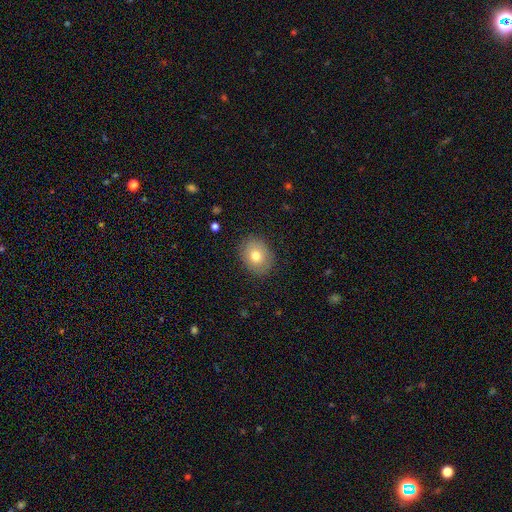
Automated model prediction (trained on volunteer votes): Smooth or featured? Predicted: smooth (p=0.77). How rounded? Predicted: in between (p=0.51). Merging? Predicted: none (p=0.85).